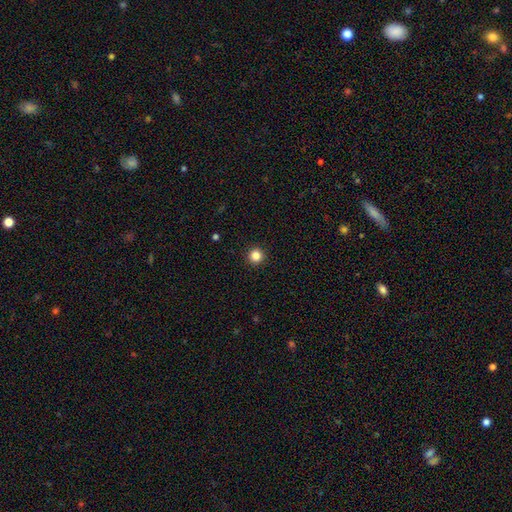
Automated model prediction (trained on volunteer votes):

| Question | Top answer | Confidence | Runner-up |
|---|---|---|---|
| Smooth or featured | smooth | 84% | star or artifact (12%) |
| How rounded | round | 95% | in between (4%) |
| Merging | none | 93% | minor disturbance (4%) |